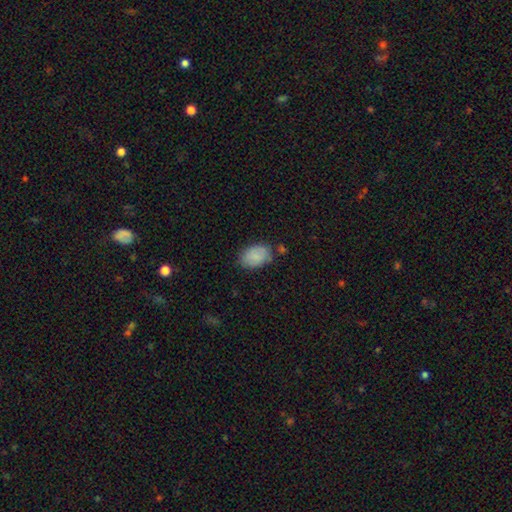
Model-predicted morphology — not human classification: Smooth or featured?
  - smooth: 85% *
  - featured or disk: 8%
  - star or artifact: 7%
How rounded?
  - in between: 83% *
  - round: 15%
  - cigar-shaped: 1%
Merging?
  - none: 72% *
  - minor disturbance: 20%
  - major disturbance: 4%
  - merger: 4%